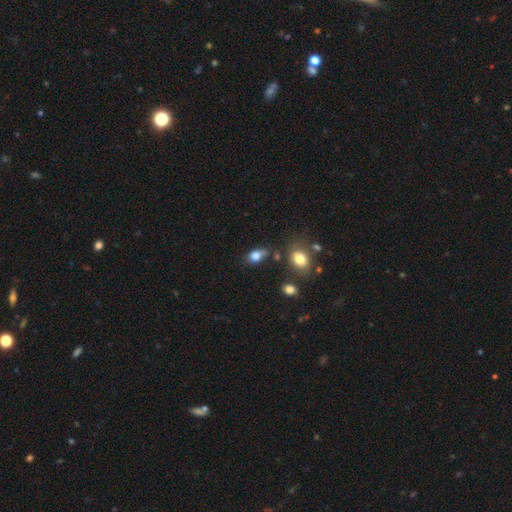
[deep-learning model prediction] The model was most divided on "merging": none: 53%, minor disturbance: 26%, merger: 11%, major disturbance: 9%. More confident: smooth or featured — smooth (81%); how rounded — in between (75%).